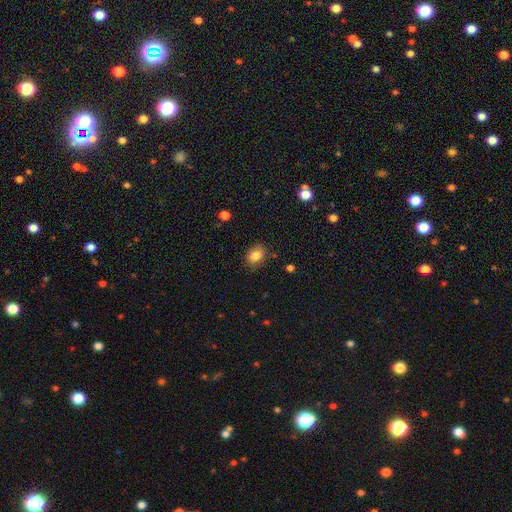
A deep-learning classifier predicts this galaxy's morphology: Smooth or featured?
  - smooth: 83% *
  - star or artifact: 10%
  - featured or disk: 7%
How rounded?
  - in between: 66% *
  - round: 33%
  - cigar-shaped: 1%
Merging?
  - none: 81% *
  - minor disturbance: 14%
  - major disturbance: 3%
  - merger: 2%